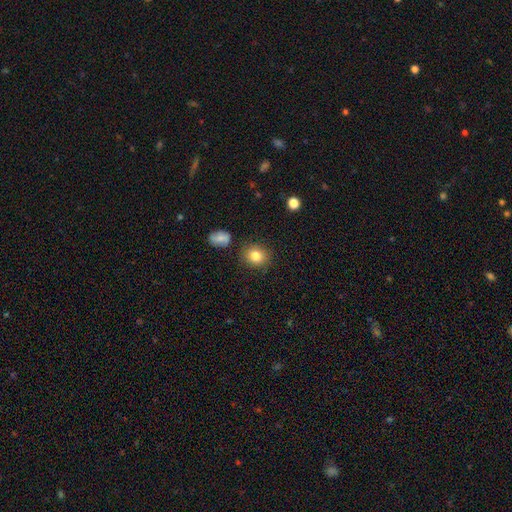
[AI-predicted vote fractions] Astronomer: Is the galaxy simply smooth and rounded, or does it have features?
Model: smooth — 82%.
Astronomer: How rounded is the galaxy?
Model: round — 80%.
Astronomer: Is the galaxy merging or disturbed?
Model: none — 86%.